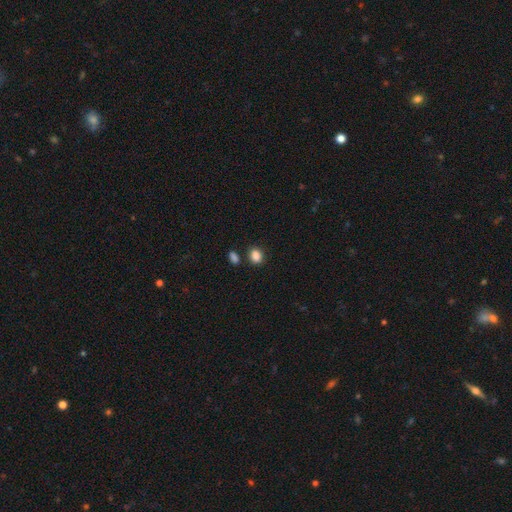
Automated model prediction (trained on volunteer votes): A smooth galaxy with no disk features (87%) that is in between round and cigar-shaped (52%).

Vote fractions:
- Smooth or featured? smooth: 87% / star or artifact: 10% / featured or disk: 3%
- How rounded? in between: 52% / round: 47% / cigar-shaped: 1%
- Merging? none: 78% / minor disturbance: 11% / merger: 8% / major disturbance: 3%